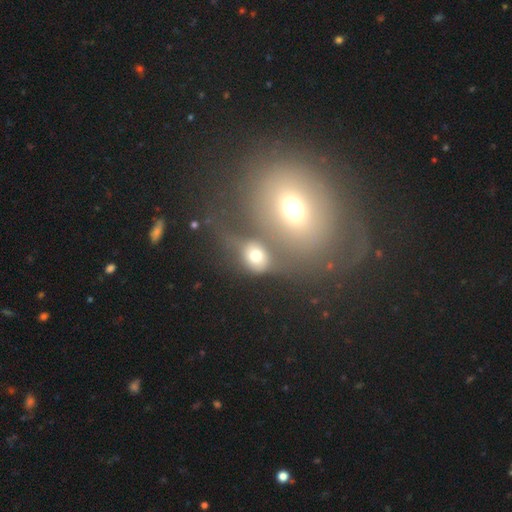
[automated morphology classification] type=smooth (68%); roundness=round (55%); merging=none (42%).